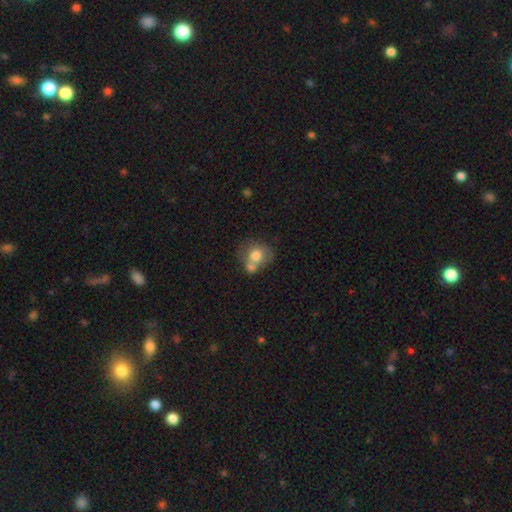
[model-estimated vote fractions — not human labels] Q: Smooth or featured?
A: smooth (72%); runner-up: featured or disk (20%)
Q: How rounded?
A: round (66%); runner-up: in between (33%)
Q: Merging?
A: merger (50%); runner-up: none (30%)